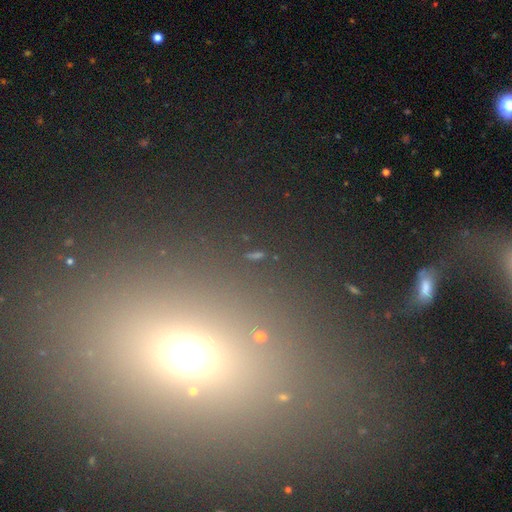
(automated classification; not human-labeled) The model was most divided on "smooth or featured": star or artifact: 50%, smooth: 37%, featured or disk: 13%.